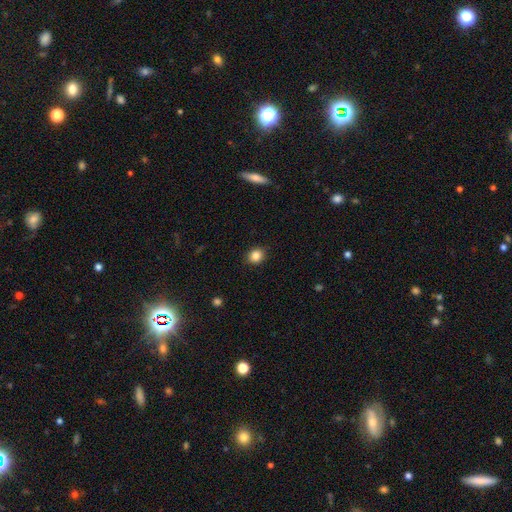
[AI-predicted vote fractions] A smooth galaxy with no disk features (85%) that is round (65%). Merging: none (89%).